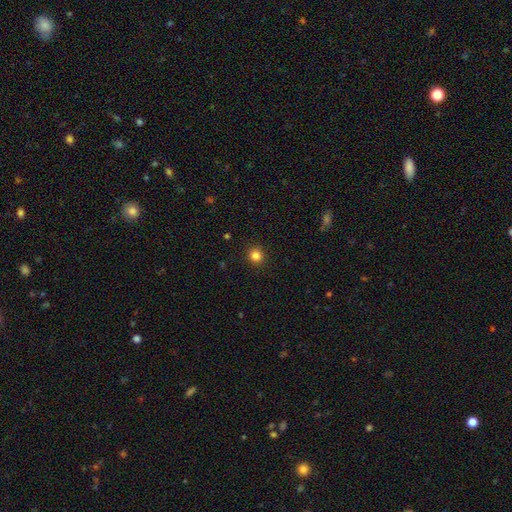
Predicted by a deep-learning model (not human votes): A smooth galaxy with no disk features (83%) that is round (93%). Merging: none (92%).